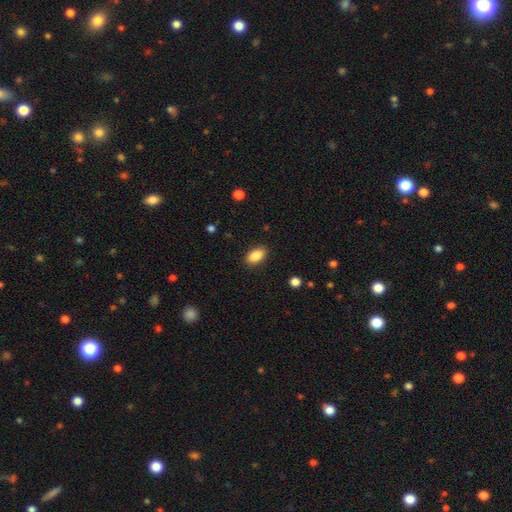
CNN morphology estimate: Smooth or featured? smooth (88%)
How rounded? in between (92%)
Merging? none (88%)